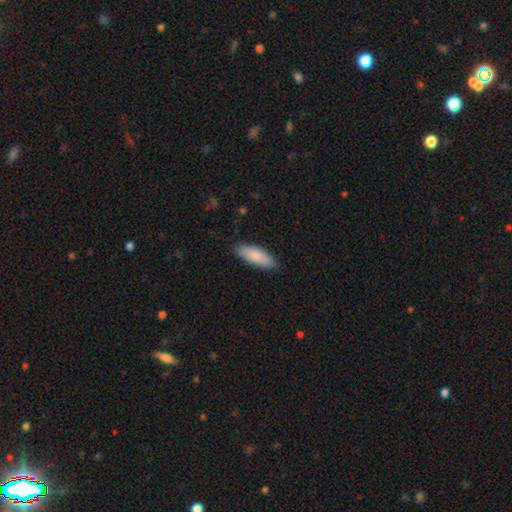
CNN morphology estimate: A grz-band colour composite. It shows a smooth galaxy with no disk features (86%) that is in between round and cigar-shaped (66%). Merging: none (87%).